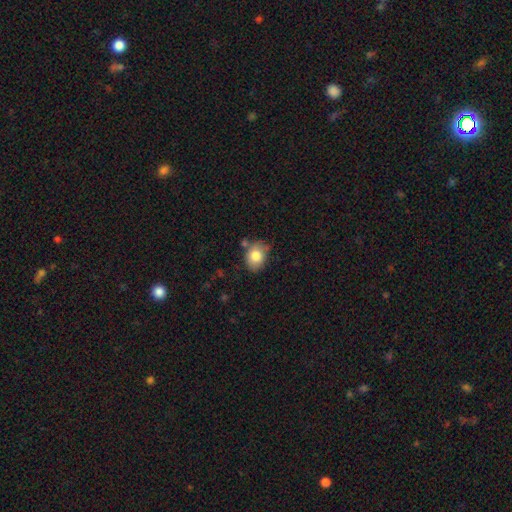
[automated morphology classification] Smooth or featured? Predicted: smooth (p=0.80). How rounded? Predicted: in between (p=0.57). Merging? Predicted: none (p=0.64).